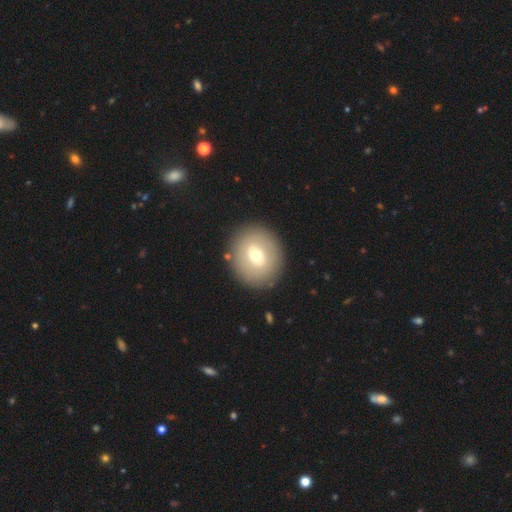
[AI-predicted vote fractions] Smooth or featured? Predicted: smooth (p=0.61). How rounded? Predicted: round (p=0.82). Merging? Predicted: none (p=0.88).